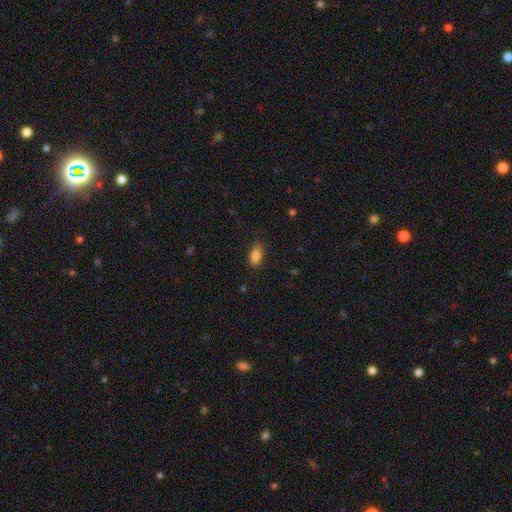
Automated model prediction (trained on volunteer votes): smooth_or_featured: smooth (p=0.87) [alt: star or artifact p=0.08]
how_rounded: in between (p=0.89) [alt: cigar-shaped p=0.07]
merging: none (p=0.79) [alt: minor disturbance p=0.16]